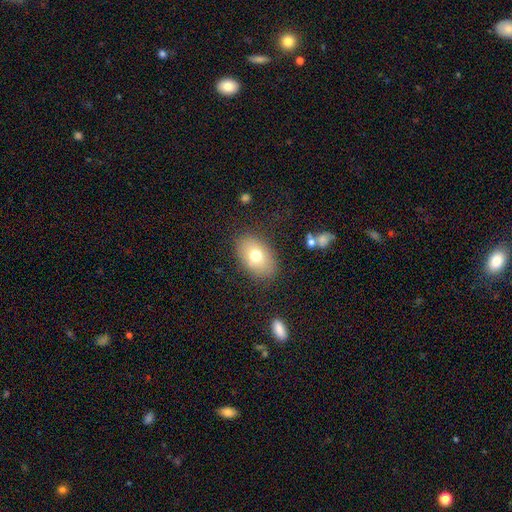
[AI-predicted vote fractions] Smooth or featured?
  - smooth: 71% *
  - featured or disk: 20%
  - star or artifact: 9%
How rounded?
  - in between: 85% *
  - round: 14%
  - cigar-shaped: 1%
Merging?
  - none: 83% *
  - minor disturbance: 11%
  - major disturbance: 4%
  - merger: 2%